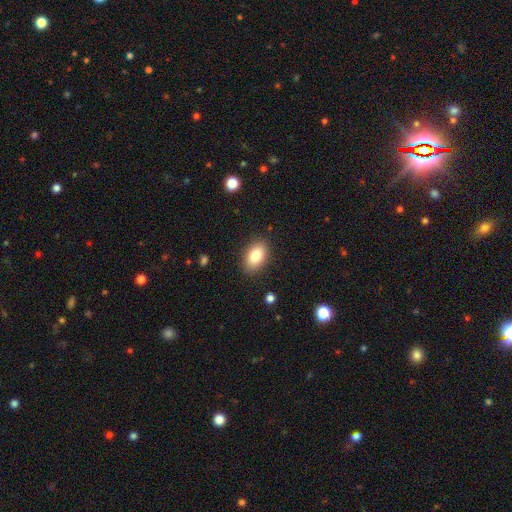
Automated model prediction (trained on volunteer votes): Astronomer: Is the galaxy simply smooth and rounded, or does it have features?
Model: smooth — 83%.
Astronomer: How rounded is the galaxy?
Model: in between — 90%.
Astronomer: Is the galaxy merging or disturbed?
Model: none — 86%.